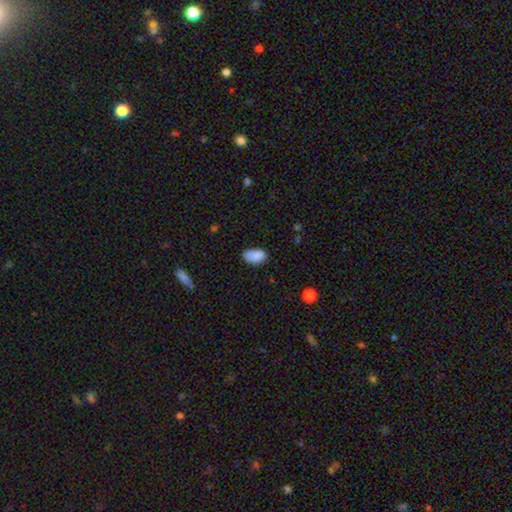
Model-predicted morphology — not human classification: Overall: smooth (86%). How rounded: in between (93%). Merging: none (68%).